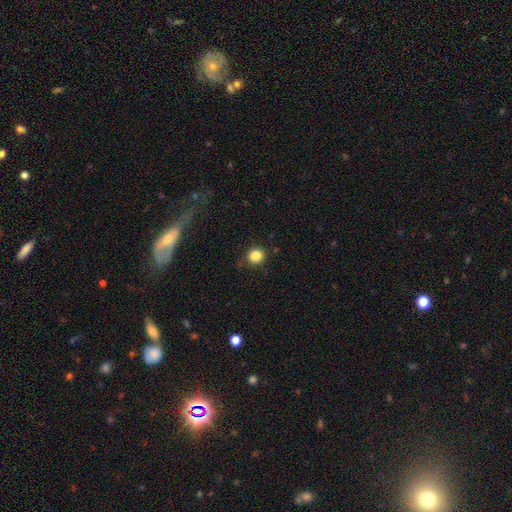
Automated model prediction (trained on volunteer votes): smooth 84%, star or artifact 12%, featured or disk 5%. Down the decision tree: how rounded — round (89%); merging — none (85%).